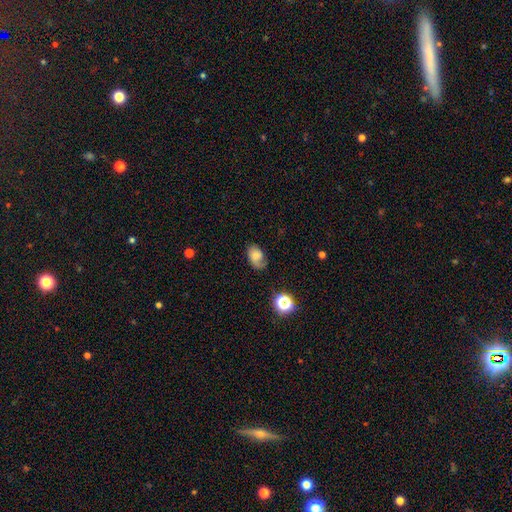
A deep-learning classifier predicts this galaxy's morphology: This is likely a smooth galaxy (60%). How rounded: clearly in between (82%). Merging: possibly none (54%).